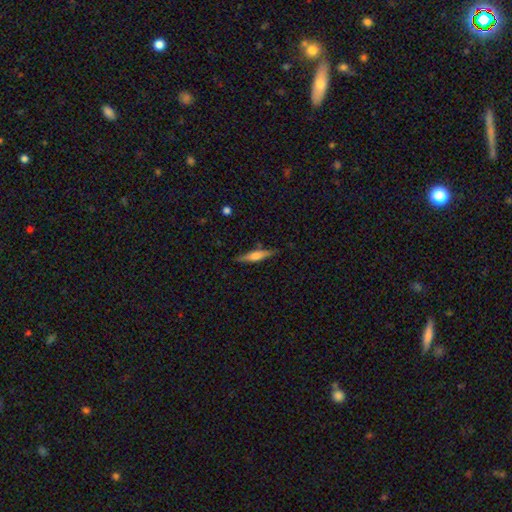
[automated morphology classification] type=featured or disk (54%); edge-on=yes (95%); edge-on bulge=rounded (75%); merging=none (86%).